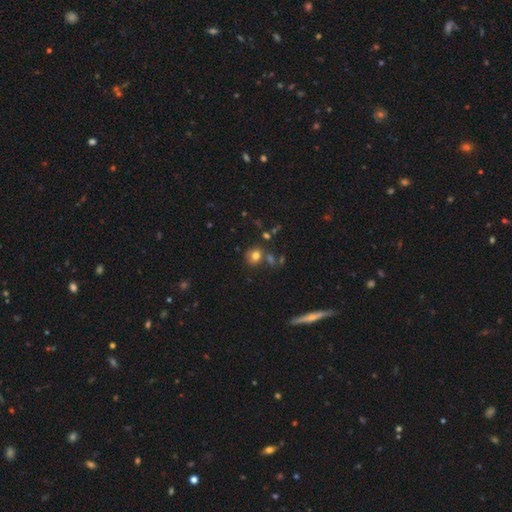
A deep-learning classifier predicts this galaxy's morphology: Smooth or featured? Predicted: smooth (p=0.76). How rounded? Predicted: round (p=0.74). Merging? Predicted: none (p=0.65).